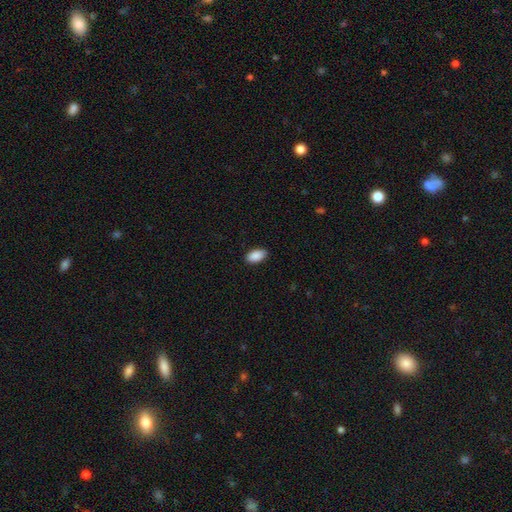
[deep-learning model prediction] Overall: smooth (90%). How rounded: in between (94%). Merging: none (88%).